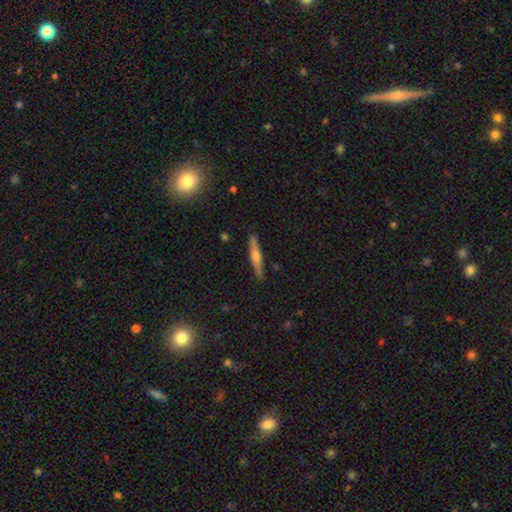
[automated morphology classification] The model was most divided on "smooth or featured": featured or disk: 65%, smooth: 28%, star or artifact: 7%. More confident: edge-on disk — yes (97%); merging — none (91%); edge-on bulge — rounded (85%).